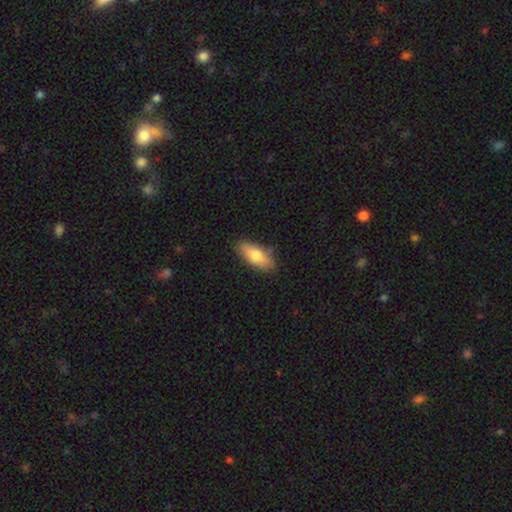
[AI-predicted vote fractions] This appears to be a smooth galaxy with no disk features (76%) that is in between round and cigar-shaped (78%). Merging: none (81%).